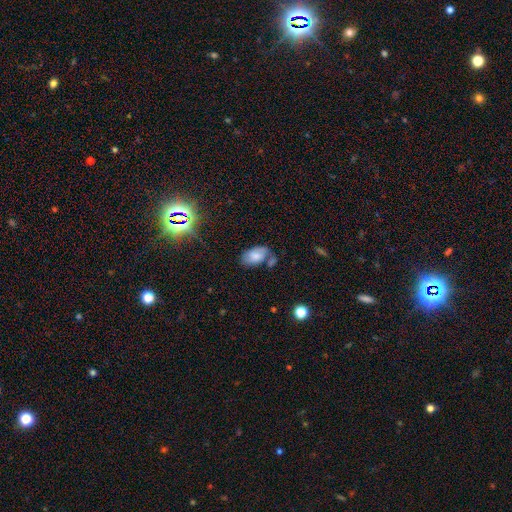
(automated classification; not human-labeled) This appears to be a smooth galaxy with no disk features (68%) that is in between round and cigar-shaped (93%). Merging: none (52%).